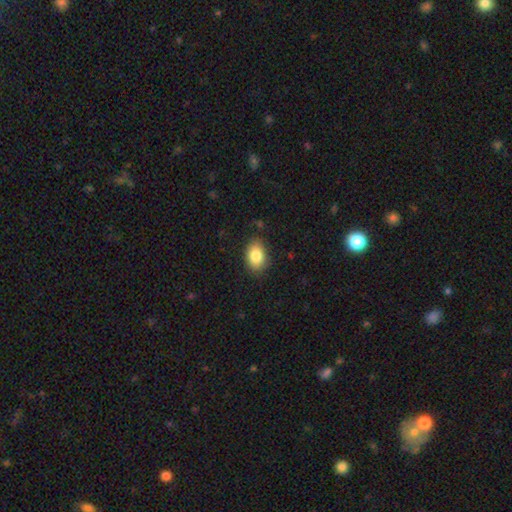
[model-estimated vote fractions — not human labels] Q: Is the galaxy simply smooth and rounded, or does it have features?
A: smooth — 85%.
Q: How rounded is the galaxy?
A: in between — 83%.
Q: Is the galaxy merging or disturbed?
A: none — 82%.